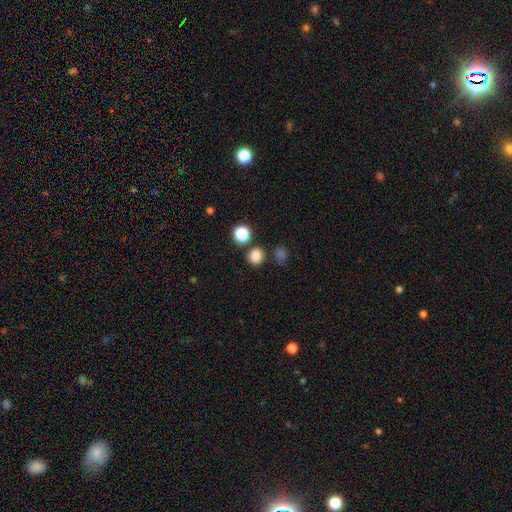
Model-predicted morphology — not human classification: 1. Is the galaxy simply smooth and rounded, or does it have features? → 80% smooth, 16% star or artifact, 4% featured or disk.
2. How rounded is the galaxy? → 80% round, 19% in between, 1% cigar-shaped.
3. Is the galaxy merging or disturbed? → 78% none, 10% minor disturbance, 9% merger, 3% major disturbance.